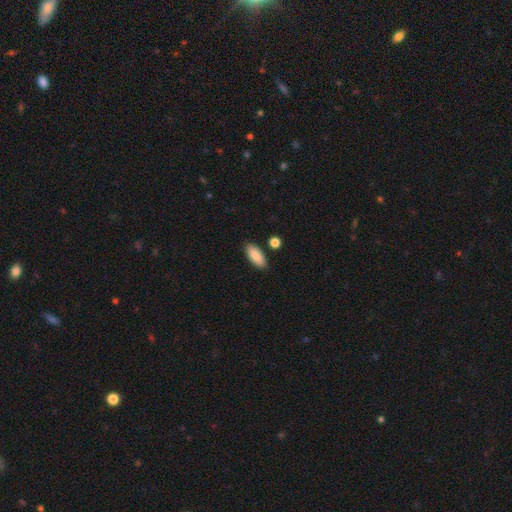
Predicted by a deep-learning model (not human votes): A smooth galaxy with no disk features (88%) that is in between round and cigar-shaped (85%). Merging: none (85%).